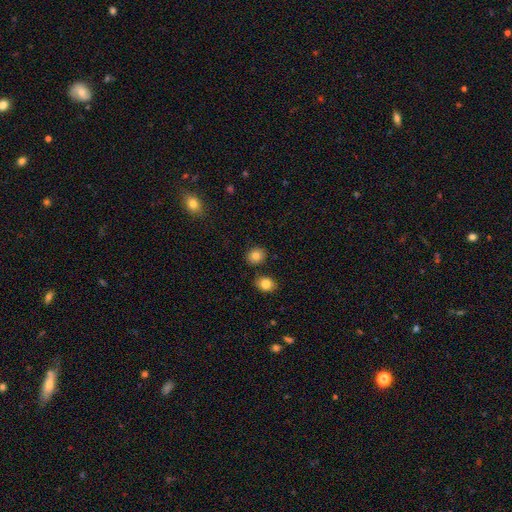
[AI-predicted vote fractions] The model was most divided on "how rounded": round: 66%, in between: 33%, cigar-shaped: 1%. More confident: smooth or featured — smooth (83%); merging — none (83%).